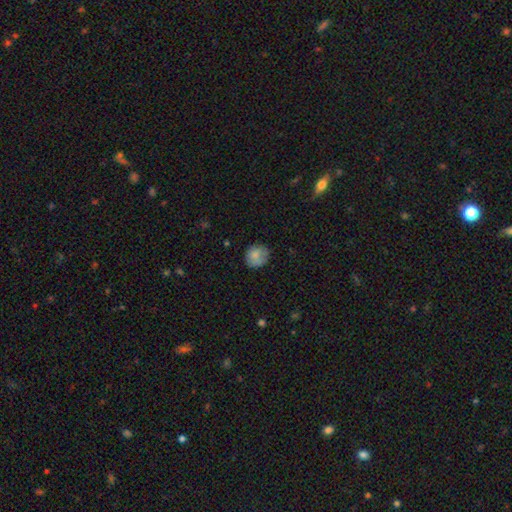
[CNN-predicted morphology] This appears to be a smooth galaxy with no disk features (80%) that is round (78%). Merging: none (71%).